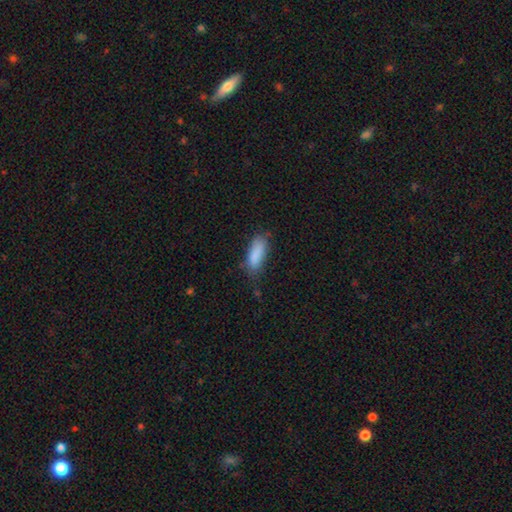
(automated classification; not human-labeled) smooth_or_featured: smooth (p=0.86) [alt: star or artifact p=0.07]
how_rounded: in between (p=0.70) [alt: cigar-shaped p=0.28]
merging: none (p=0.64) [alt: minor disturbance p=0.26]